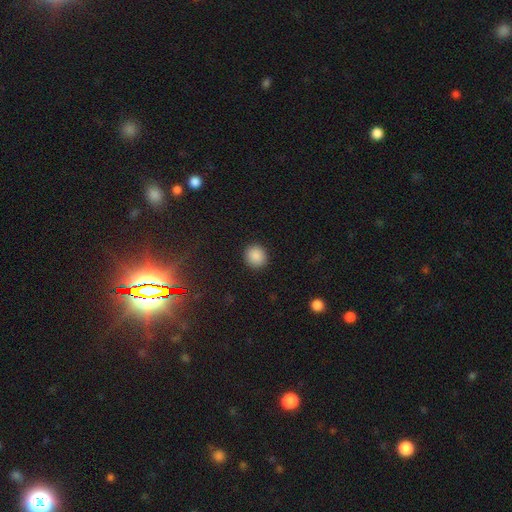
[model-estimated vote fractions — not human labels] smooth-or-featured: smooth: 88% | star or artifact: 9% | featured or disk: 3%
  how-rounded: round: 92% | in between: 7% | cigar-shaped: 1%
  merging: none: 92% | minor disturbance: 5% | major disturbance: 2% | merger: 1%